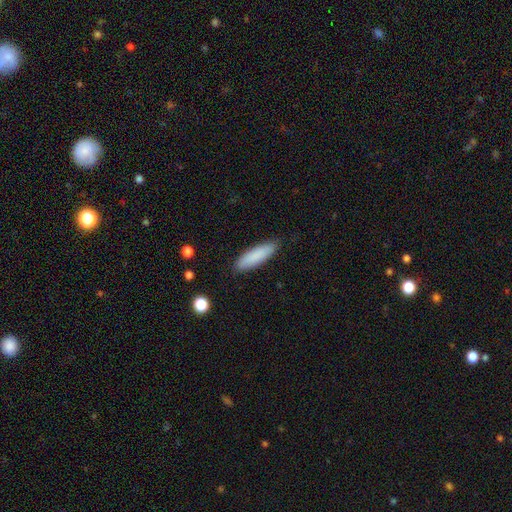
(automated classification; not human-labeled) This appears to be a smooth galaxy with no disk features (87%) that is cigar-shaped (58%). Merging: none (87%).